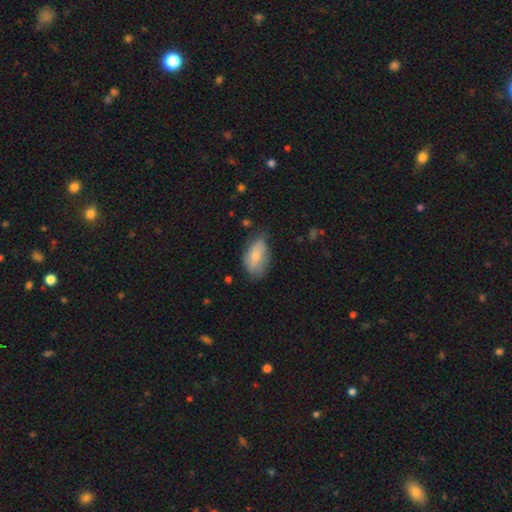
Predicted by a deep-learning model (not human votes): A smooth galaxy with no disk features (75%) that is in between round and cigar-shaped (92%). Merging: none (55%).